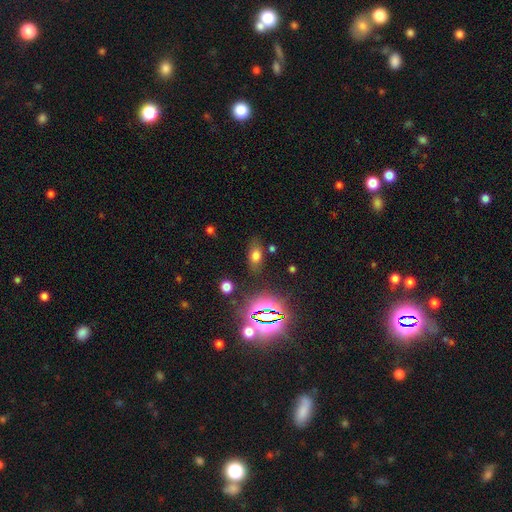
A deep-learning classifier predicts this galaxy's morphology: The model was most divided on "smooth or featured": smooth: 64%, star or artifact: 24%, featured or disk: 12%. More confident: how rounded — in between (82%); merging — none (76%).